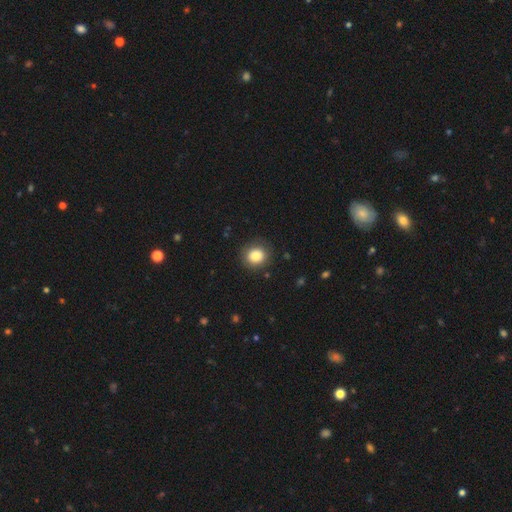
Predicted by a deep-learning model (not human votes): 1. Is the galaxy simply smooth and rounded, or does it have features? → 84% smooth, 9% star or artifact, 6% featured or disk.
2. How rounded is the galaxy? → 83% round, 16% in between, 1% cigar-shaped.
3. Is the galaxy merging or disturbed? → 87% none, 9% minor disturbance, 3% major disturbance, 1% merger.